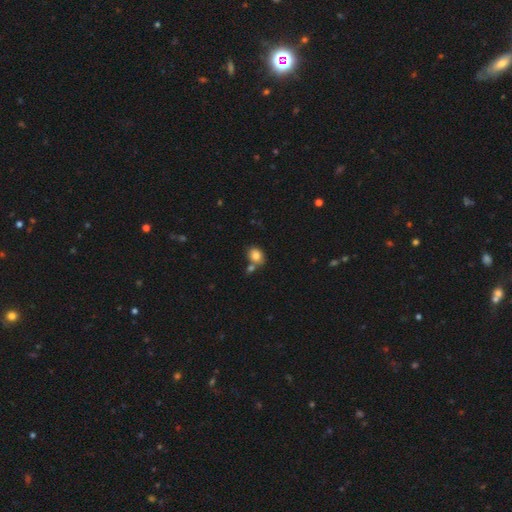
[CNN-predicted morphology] This appears to be a smooth galaxy with no disk features (83%) that is in between round and cigar-shaped (54%). Merging: none (59%).